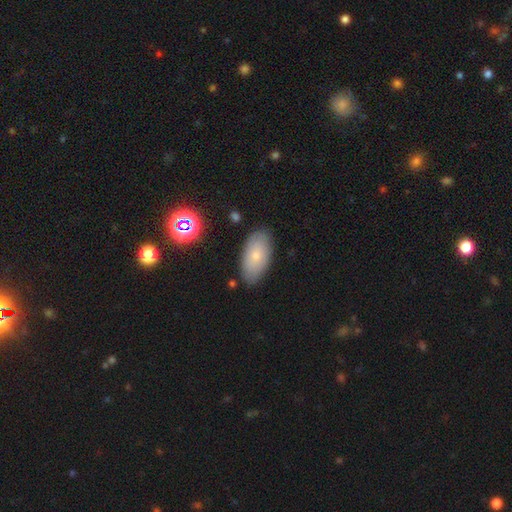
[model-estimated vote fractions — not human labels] Smooth or featured? Predicted: smooth (p=0.70). How rounded? Predicted: in between (p=0.94). Merging? Predicted: none (p=0.83).